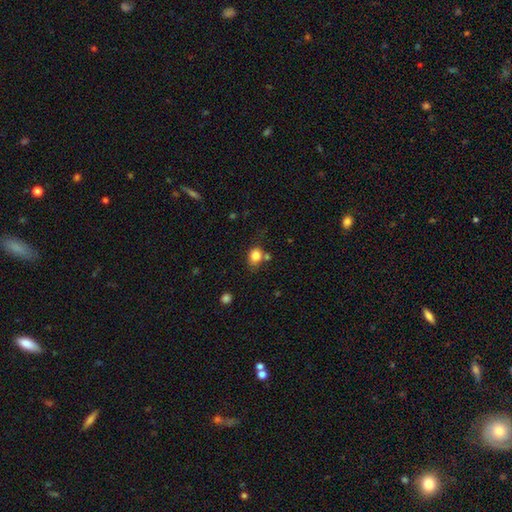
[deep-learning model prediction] A smooth galaxy with no disk features (83%) that is round (51%).

Vote fractions:
- Smooth or featured? smooth: 83% / star or artifact: 10% / featured or disk: 7%
- How rounded? round: 51% / in between: 48% / cigar-shaped: 1%
- Merging? none: 59% / minor disturbance: 20% / merger: 14% / major disturbance: 7%